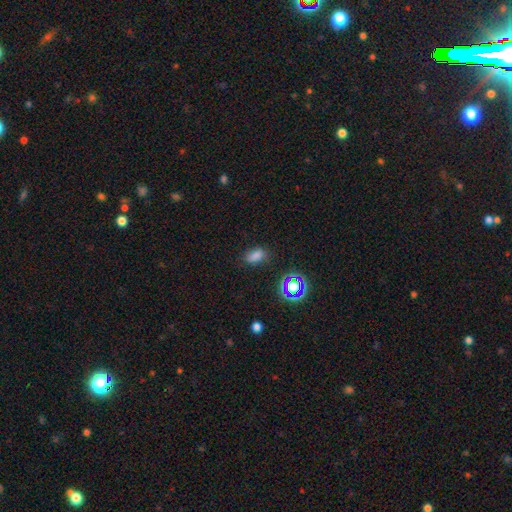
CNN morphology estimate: This is likely a smooth galaxy (74%). How rounded: clearly in between (87%). Merging: likely none (78%).